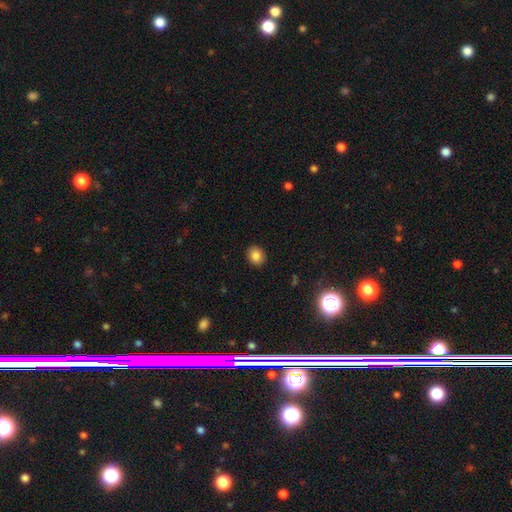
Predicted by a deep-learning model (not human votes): Smooth or featured: smooth — 84% (star or artifact — 10%)
How rounded: round — 67% (in between — 33%)
Merging: none — 91% (minor disturbance — 6%)